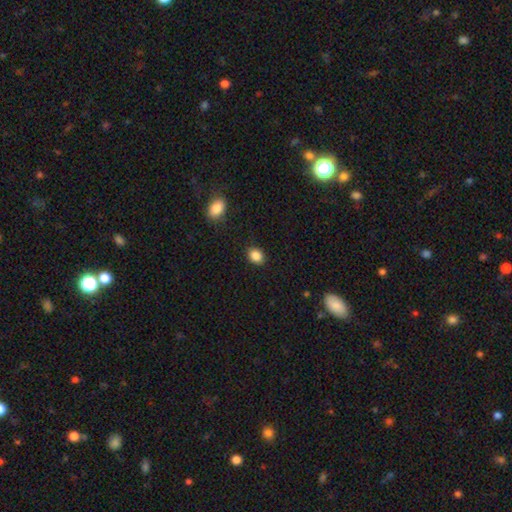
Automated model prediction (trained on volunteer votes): Morphology: type=smooth (86%); roundness=in between (63%); merging=none (88%).